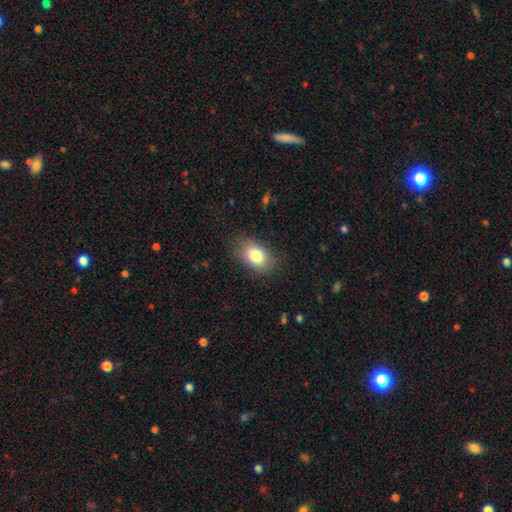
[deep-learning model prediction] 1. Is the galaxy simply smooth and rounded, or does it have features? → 82% smooth, 10% featured or disk, 9% star or artifact.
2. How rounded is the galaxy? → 84% in between, 14% round, 1% cigar-shaped.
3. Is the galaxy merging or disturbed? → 81% none, 14% minor disturbance, 4% major disturbance, 1% merger.